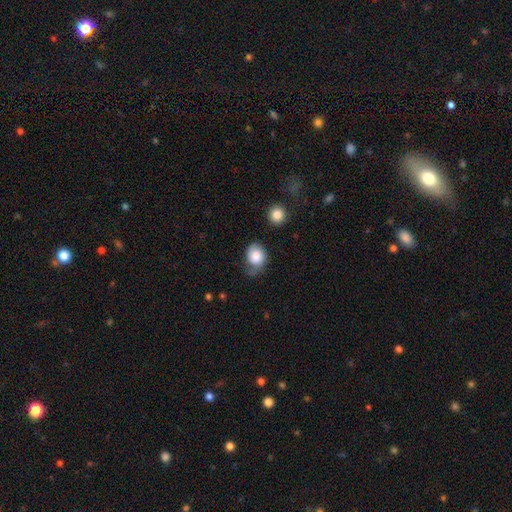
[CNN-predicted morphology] This appears to be a smooth galaxy with no disk features (77%) that is round (51%). Merging: none (42%).